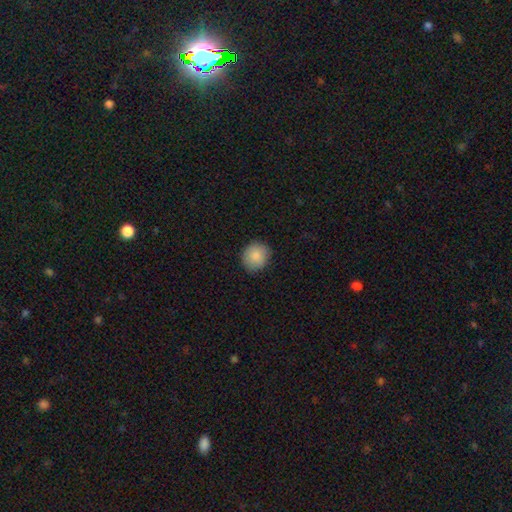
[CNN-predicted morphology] This appears to be a smooth galaxy with no disk features (87%) that is round (84%). Merging: none (88%).